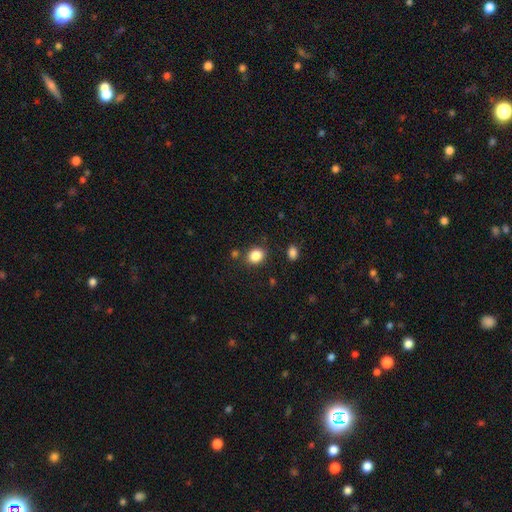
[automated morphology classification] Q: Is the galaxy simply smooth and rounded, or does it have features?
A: smooth — 86%.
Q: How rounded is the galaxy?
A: round — 51%.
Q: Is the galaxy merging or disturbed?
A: none — 81%.